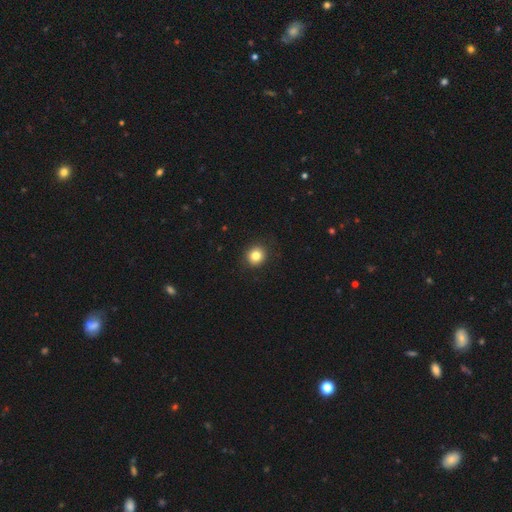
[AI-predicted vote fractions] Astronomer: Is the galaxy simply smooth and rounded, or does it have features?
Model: smooth — 83%.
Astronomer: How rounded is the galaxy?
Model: round — 87%.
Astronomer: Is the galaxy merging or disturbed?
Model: none — 91%.